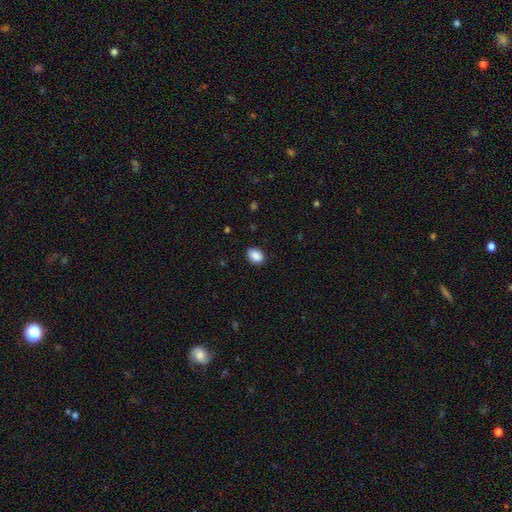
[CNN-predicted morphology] type=smooth (89%); roundness=in between (72%); merging=none (85%).